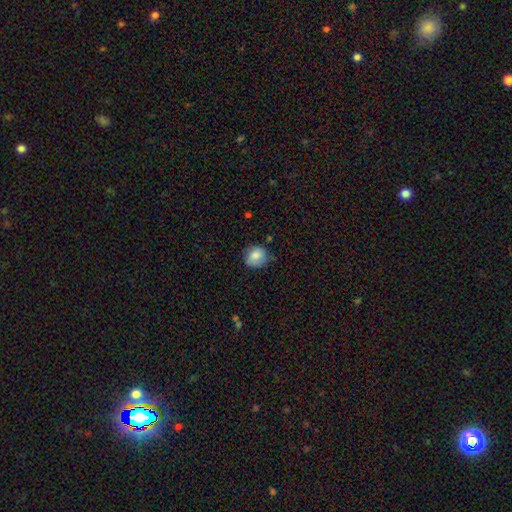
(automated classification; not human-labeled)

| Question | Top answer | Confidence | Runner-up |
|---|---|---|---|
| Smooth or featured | smooth | 79% | featured or disk (13%) |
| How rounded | round | 77% | in between (22%) |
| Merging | none | 63% | minor disturbance (29%) |